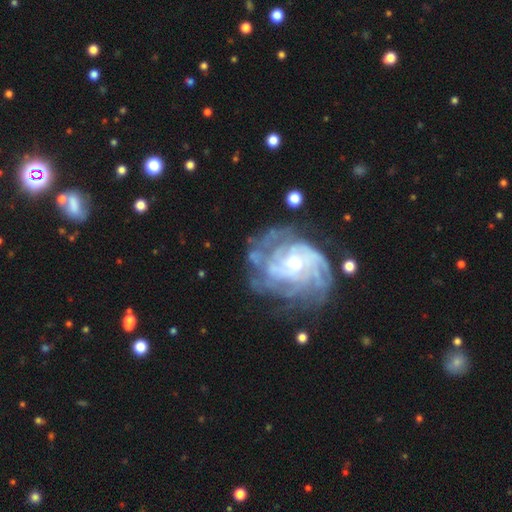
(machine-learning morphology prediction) The model was most divided on "bulge size": small: 46%, moderate: 44%, large: 5%, none: 4%, dominant: 1%. Remaining: edge-on disk — no (97%); spiral arms — yes (91%); smooth or featured — featured or disk (85%); bar — no (67%); spiral winding — tight (61%); merging — none (60%); spiral arm count — can't tell (41%).